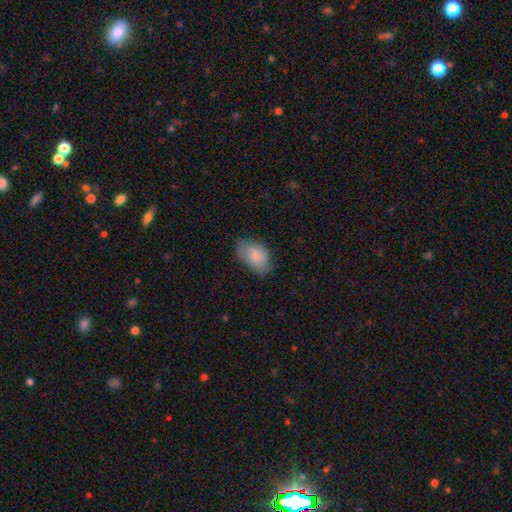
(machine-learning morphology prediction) Smooth or featured?
  - smooth: 81% *
  - featured or disk: 12%
  - star or artifact: 6%
How rounded?
  - in between: 91% *
  - round: 8%
  - cigar-shaped: 1%
Merging?
  - none: 68% *
  - minor disturbance: 25%
  - major disturbance: 5%
  - merger: 1%